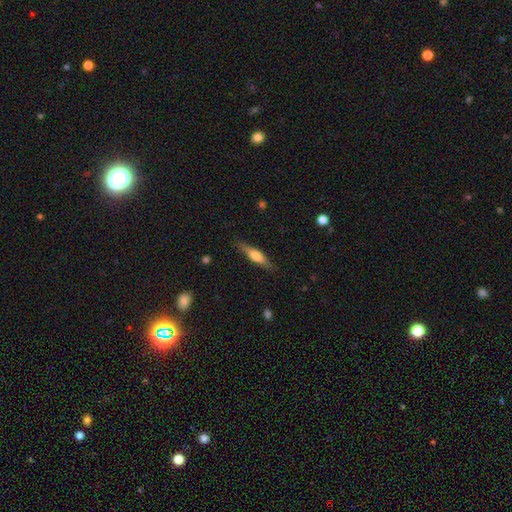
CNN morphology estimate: A featured or disk galaxy (48%).

Vote fractions:
- Smooth or featured? featured or disk: 48% / smooth: 46% / star or artifact: 6%
- Merging? none: 85% / minor disturbance: 11% / major disturbance: 3% / merger: 1%